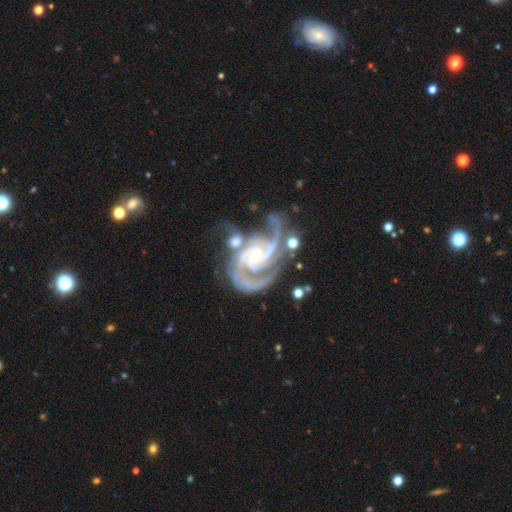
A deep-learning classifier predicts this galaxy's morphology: Overall: featured or disk (93%). Edge-on disk: no (98%). Bar: no (47%; weak 35%). Spiral arms: yes (99%). Spiral arm count: 2 (46%; 3 32%). Spiral winding: medium (47%; tight 45%). Bulge size: small (70%). Merging: none (41%; merger 20%).